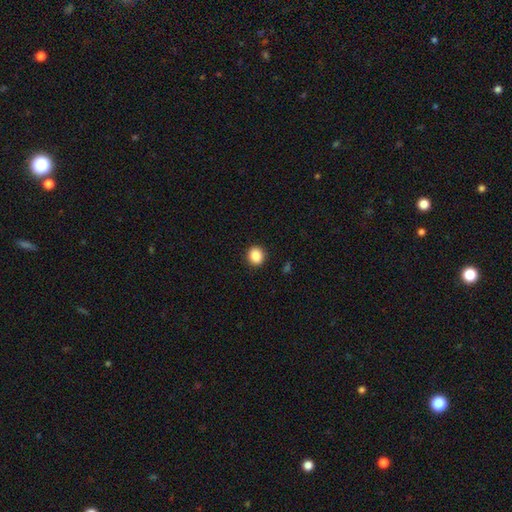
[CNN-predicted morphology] Smooth or featured: smooth — 88% (star or artifact — 9%)
How rounded: round — 86% (in between — 13%)
Merging: none — 92% (minor disturbance — 5%)